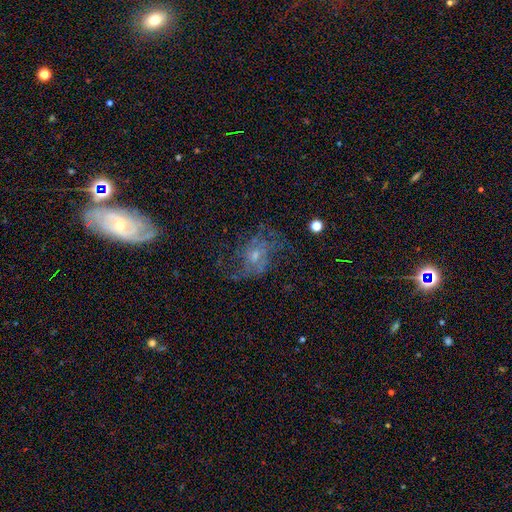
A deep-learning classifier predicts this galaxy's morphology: Smooth or featured: featured or disk — 65% (smooth — 22%)
Edge-on disk: no — 97% (yes — 3%)
Bar: no — 61% (weak — 34%)
Spiral arms: yes — 68% (no — 32%)
Bulge size: small — 52% (moderate — 35%)
Merging: none — 45% (major disturbance — 32%)